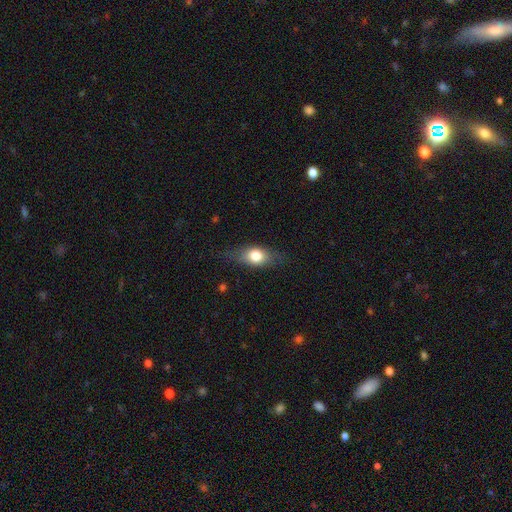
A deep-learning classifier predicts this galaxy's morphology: Smooth or featured?
  - smooth: 69% *
  - featured or disk: 24%
  - star or artifact: 8%
How rounded?
  - in between: 72% *
  - round: 16%
  - cigar-shaped: 12%
Merging?
  - none: 75% *
  - minor disturbance: 19%
  - major disturbance: 6%
  - merger: 1%